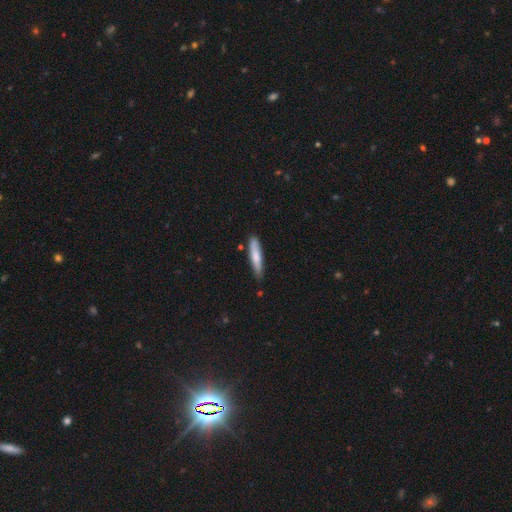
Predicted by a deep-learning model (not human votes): Morphology: type=smooth (73%); roundness=cigar-shaped (86%); merging=none (78%).